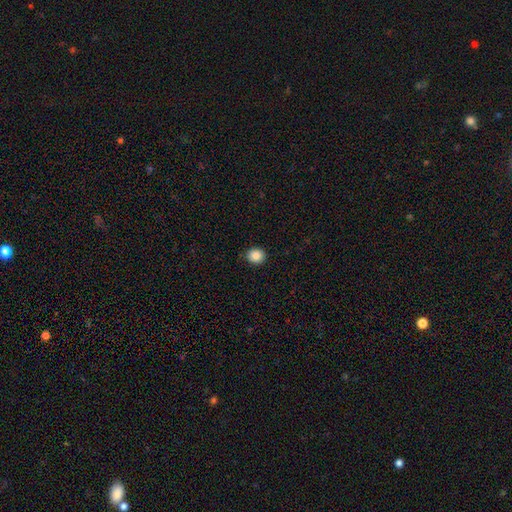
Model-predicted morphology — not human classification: Smooth or featured: smooth — 86% (star or artifact — 9%)
How rounded: round — 80% (in between — 19%)
Merging: none — 90% (minor disturbance — 7%)